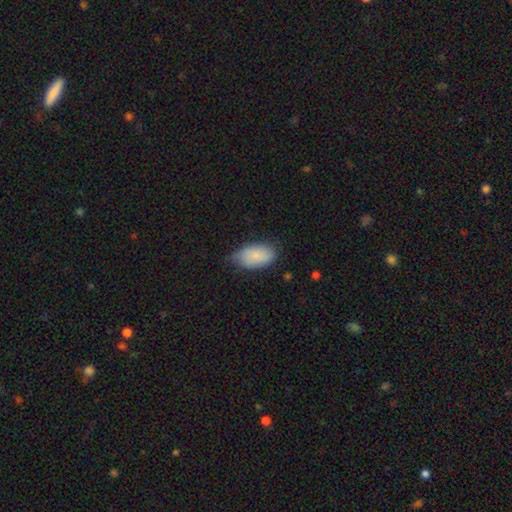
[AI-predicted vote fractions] A smooth galaxy with no disk features (85%) that is in between round and cigar-shaped (94%). Merging: none (61%).